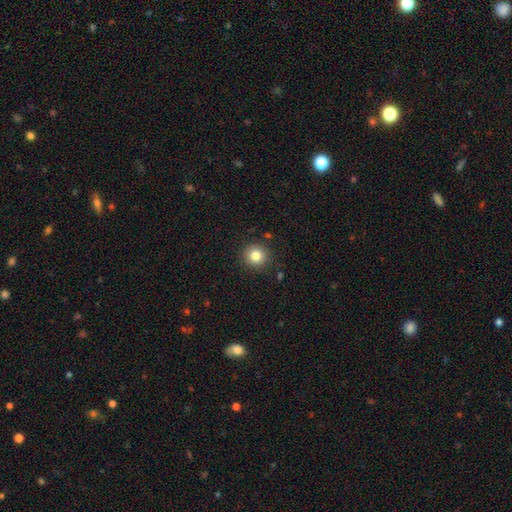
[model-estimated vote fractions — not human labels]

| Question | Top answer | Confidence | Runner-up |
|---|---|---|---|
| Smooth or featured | smooth | 82% | star or artifact (11%) |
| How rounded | round | 93% | in between (6%) |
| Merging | none | 89% | minor disturbance (7%) |